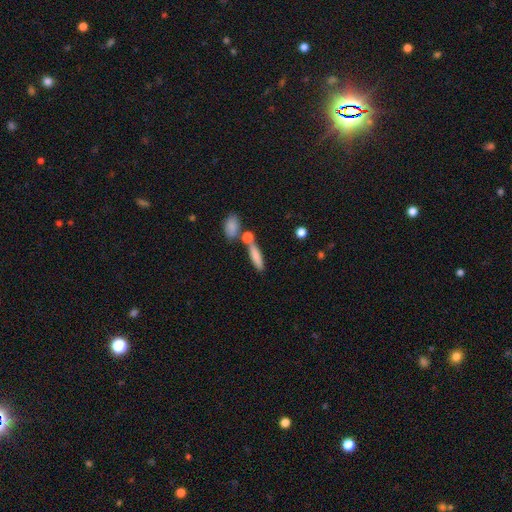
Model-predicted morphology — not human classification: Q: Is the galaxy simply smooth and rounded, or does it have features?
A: smooth — 79%.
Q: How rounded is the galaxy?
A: cigar-shaped — 68%.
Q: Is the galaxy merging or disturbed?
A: none — 60%.